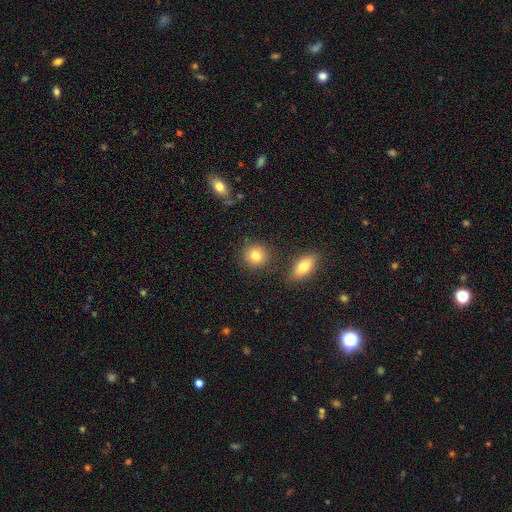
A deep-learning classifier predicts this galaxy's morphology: This is clearly a smooth galaxy (82%). How rounded: clearly round (84%). Merging: clearly none (81%).